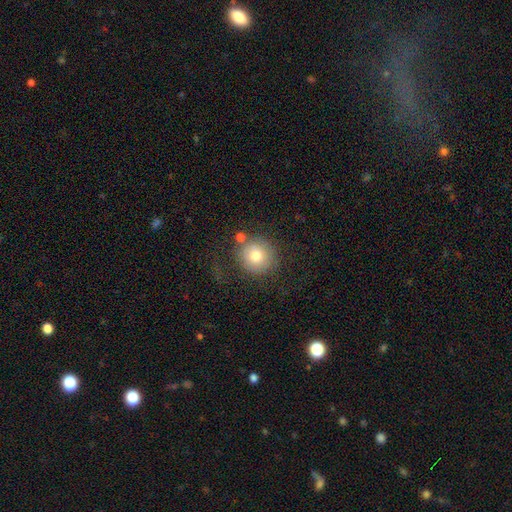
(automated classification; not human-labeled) Smooth or featured? Predicted: smooth (p=0.76). How rounded? Predicted: round (p=0.92). Merging? Predicted: none (p=0.69).